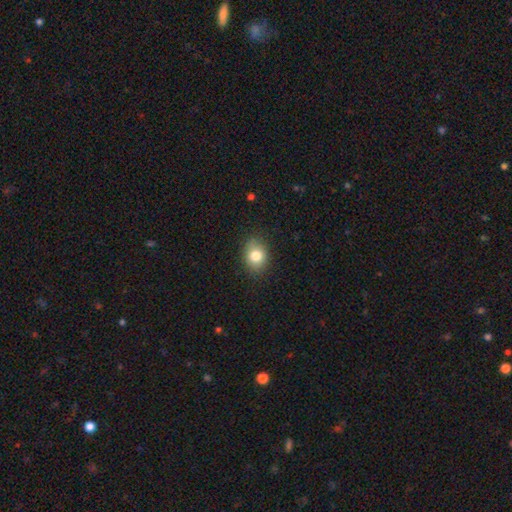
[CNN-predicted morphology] This is clearly a smooth galaxy (81%). How rounded: possibly round (51%). Merging: clearly none (85%).